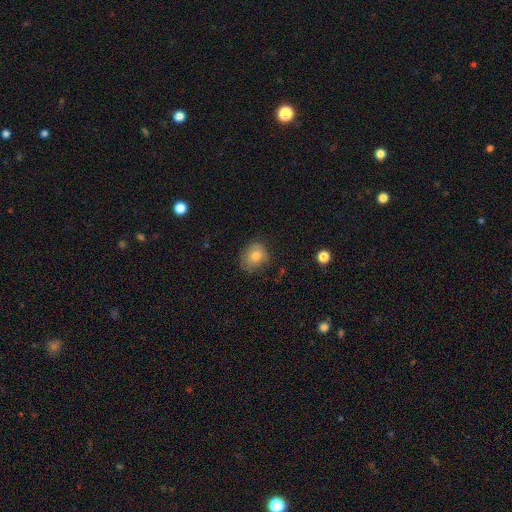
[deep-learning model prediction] Smooth or featured? smooth (75%)
How rounded? round (64%)
Merging? none (69%)